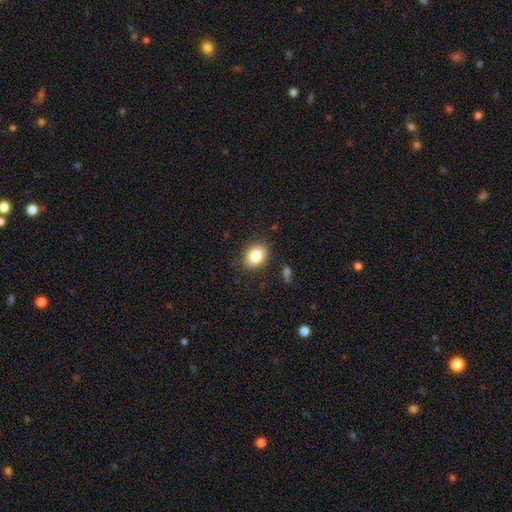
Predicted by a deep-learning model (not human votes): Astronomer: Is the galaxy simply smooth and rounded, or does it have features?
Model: smooth — 83%.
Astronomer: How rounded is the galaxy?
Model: in between — 59% (runner-up: round, 40%).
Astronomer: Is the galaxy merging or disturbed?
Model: none — 86%.